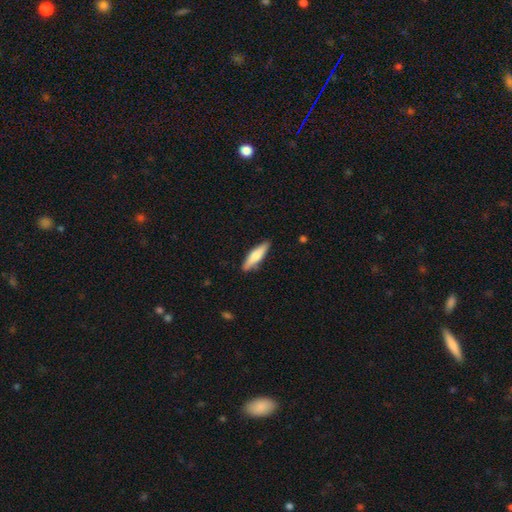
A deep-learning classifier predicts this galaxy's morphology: Overall: smooth (70%). How rounded: cigar-shaped (67%; in between 31%). Merging: none (85%).